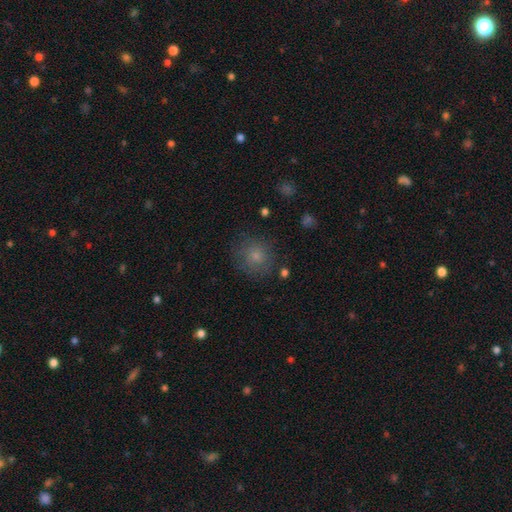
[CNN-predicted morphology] Smooth or featured: smooth — 77% (star or artifact — 12%)
How rounded: round — 86% (in between — 13%)
Merging: none — 78% (minor disturbance — 14%)